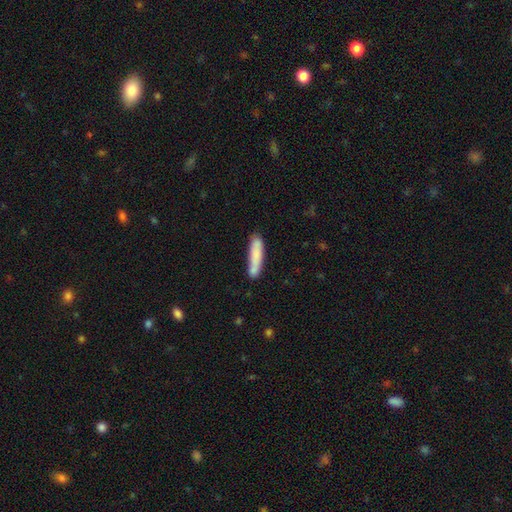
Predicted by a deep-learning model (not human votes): A smooth galaxy with no disk features (79%) that is cigar-shaped (83%).

Vote fractions:
- Smooth or featured? smooth: 79% / featured or disk: 15% / star or artifact: 6%
- How rounded? cigar-shaped: 83% / in between: 16% / round: 1%
- Merging? none: 68% / minor disturbance: 19% / merger: 9% / major disturbance: 4%